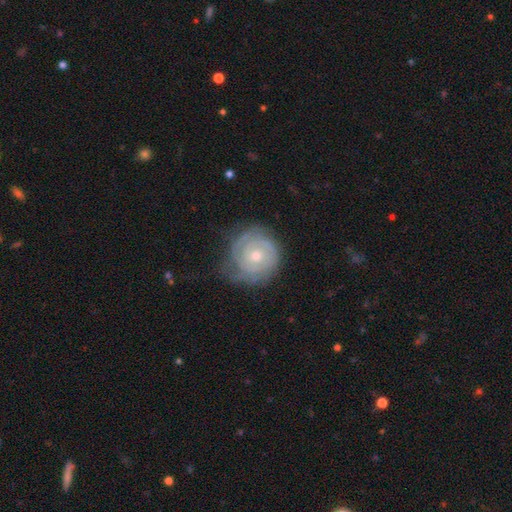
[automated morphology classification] This is likely a featured or disk galaxy (78%). It is clearly not viewed edge-on (98%). Bar: likely no (76%). Spiral arm pattern: clearly yes (92%). Spiral arm count: marginally can't tell (36%). Spiral winding: likely tight (80%). Central bulge: possibly moderate (57%). Merging: likely none (68%).